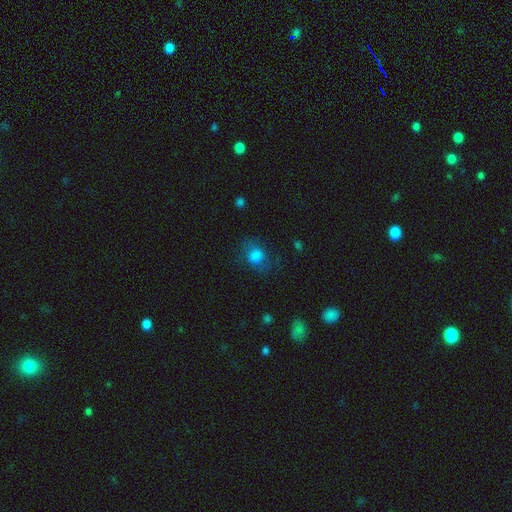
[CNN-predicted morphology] type=smooth (73%); roundness=round (50%); merging=none (64%).